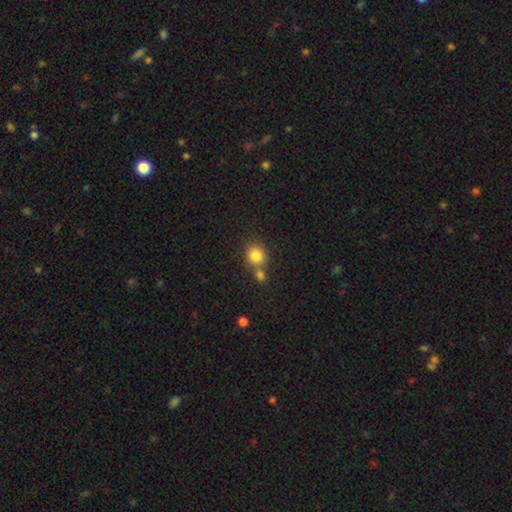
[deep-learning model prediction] Smooth or featured? smooth (83%)
How rounded? round (88%)
Merging? none (57%)